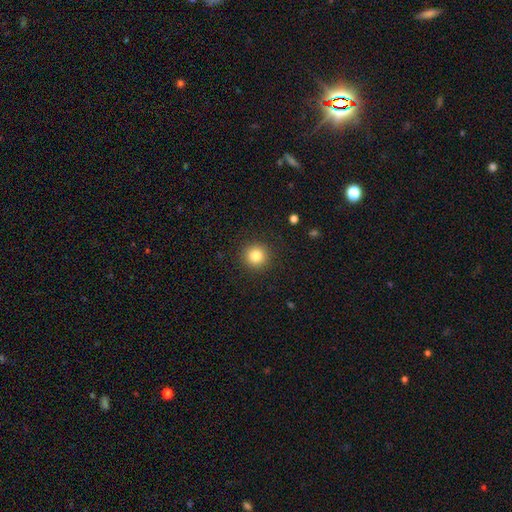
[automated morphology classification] This appears to be a smooth galaxy with no disk features (83%) that is round (94%). Merging: none (91%).